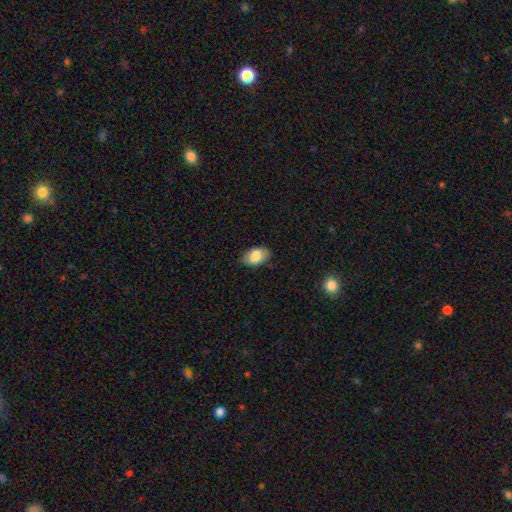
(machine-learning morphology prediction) Smooth or featured? Predicted: smooth (p=0.84). How rounded? Predicted: in between (p=0.91). Merging? Predicted: none (p=0.84).